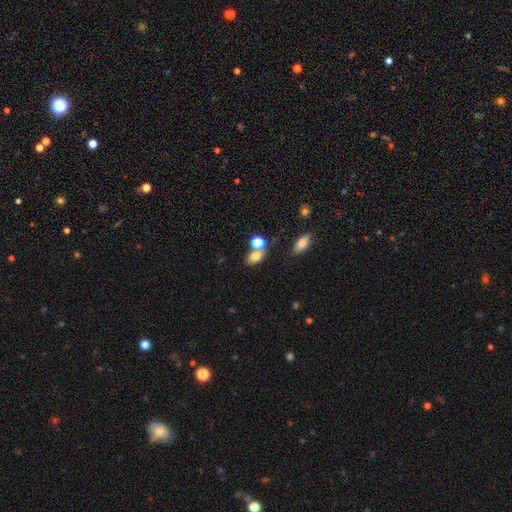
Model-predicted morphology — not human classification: This appears to be a smooth galaxy with no disk features (77%) that is in between round and cigar-shaped (71%). Merging: none (42%, tied with merger).